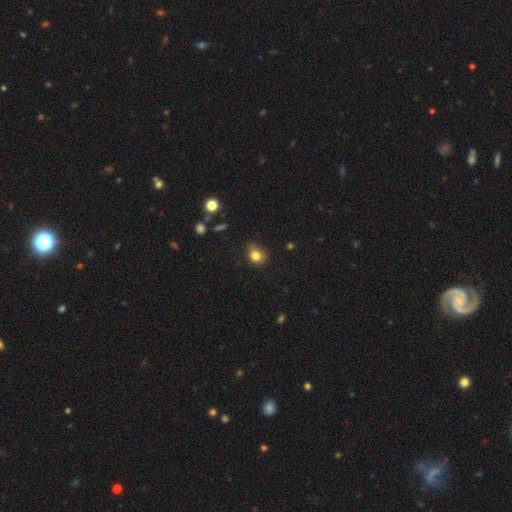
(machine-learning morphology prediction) This appears to be a smooth galaxy with no disk features (82%) that is round (65%). Merging: none (73%).